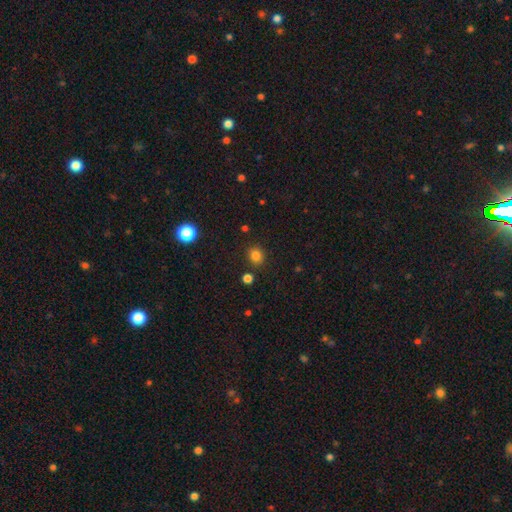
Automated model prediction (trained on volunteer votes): Smooth or featured: smooth — 81% (star or artifact — 14%)
How rounded: round — 77% (in between — 22%)
Merging: none — 84% (minor disturbance — 9%)